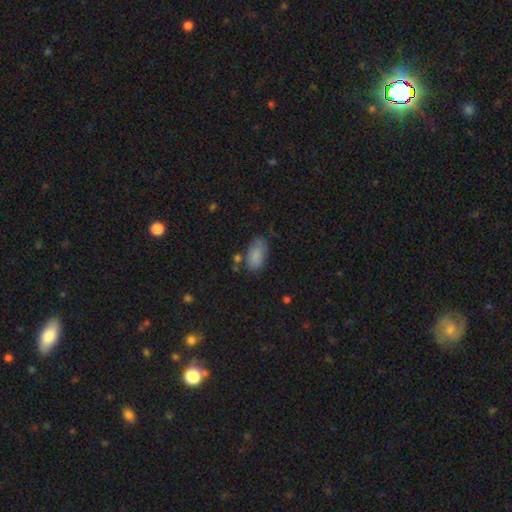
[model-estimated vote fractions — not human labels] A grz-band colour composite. It shows a smooth galaxy with no disk features (84%) that is in between round and cigar-shaped (93%). Merging: none (63%).